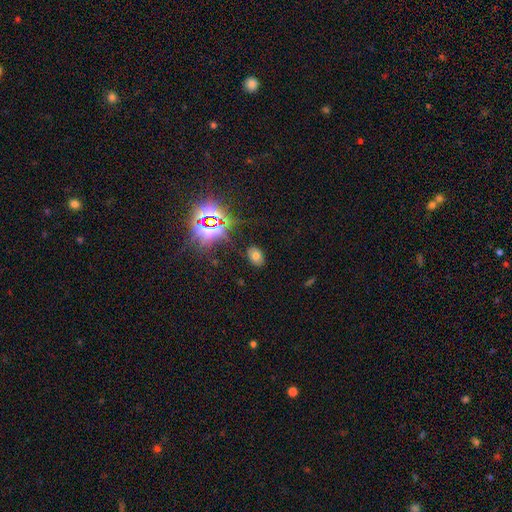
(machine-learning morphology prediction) A smooth galaxy with no disk features (59%) that is in between round and cigar-shaped (81%).

Vote fractions:
- Smooth or featured? smooth: 59% / star or artifact: 28% / featured or disk: 13%
- How rounded? in between: 81% / round: 17% / cigar-shaped: 1%
- Merging? none: 84% / minor disturbance: 11% / major disturbance: 3% / merger: 2%